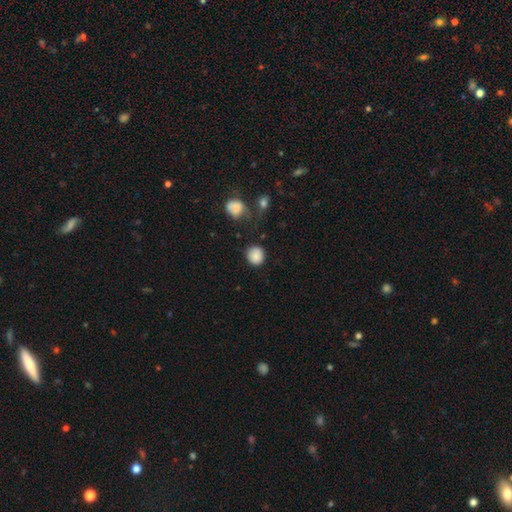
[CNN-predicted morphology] smooth 87%, star or artifact 9%, featured or disk 4%. Down the decision tree: how rounded — round (89%); merging — none (82%).